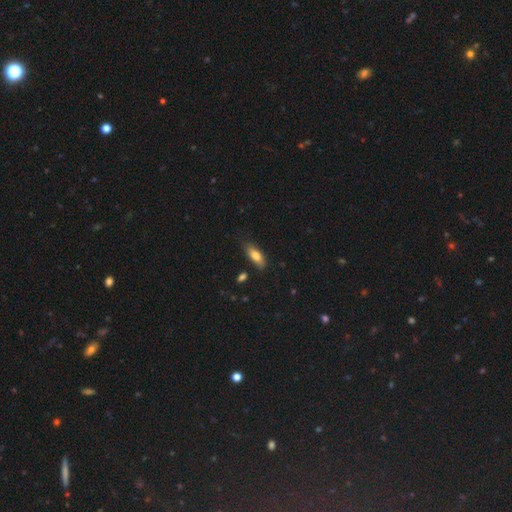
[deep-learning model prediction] The model was most divided on "how rounded": in between: 67%, cigar-shaped: 31%, round: 2%. More confident: merging — none (78%); smooth or featured — smooth (77%).